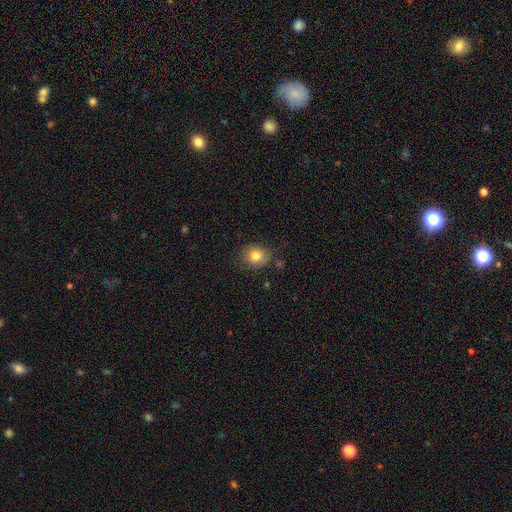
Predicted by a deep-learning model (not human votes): Smooth or featured?
  - smooth: 81% *
  - star or artifact: 10%
  - featured or disk: 8%
How rounded?
  - round: 69% *
  - in between: 30%
  - cigar-shaped: 1%
Merging?
  - none: 78% *
  - minor disturbance: 15%
  - major disturbance: 4%
  - merger: 3%